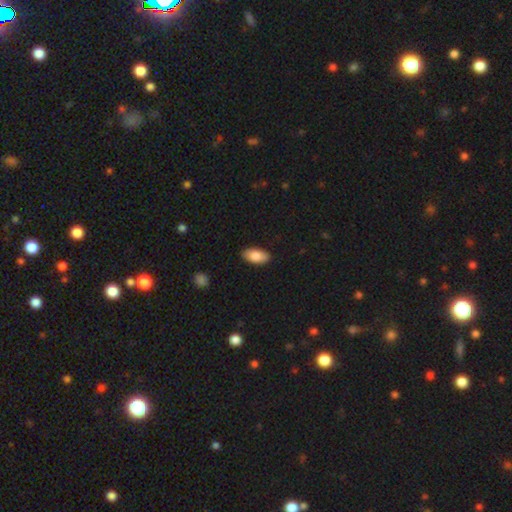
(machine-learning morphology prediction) smooth_or_featured: smooth (p=0.83) [alt: featured or disk p=0.10]
how_rounded: in between (p=0.93) [alt: cigar-shaped p=0.04]
merging: none (p=0.88) [alt: minor disturbance p=0.09]